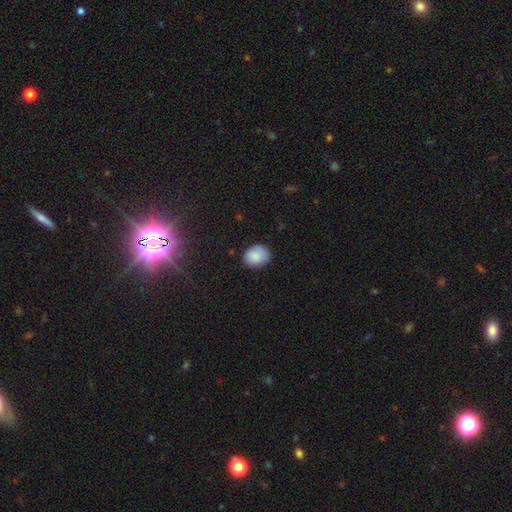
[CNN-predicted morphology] Q: Smooth or featured?
A: smooth (86%); runner-up: star or artifact (8%)
Q: How rounded?
A: in between (56%); runner-up: round (43%)
Q: Merging?
A: none (77%); runner-up: minor disturbance (18%)